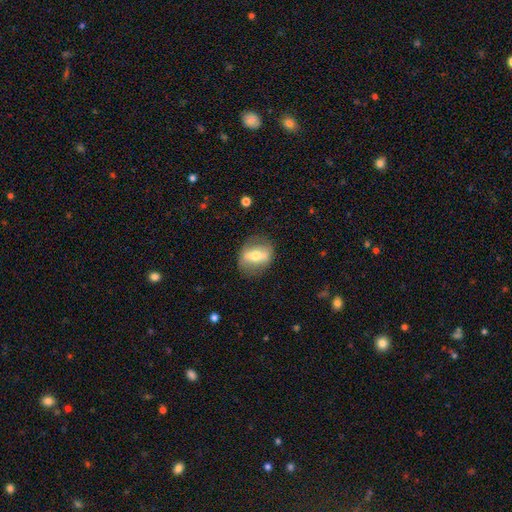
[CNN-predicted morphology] smooth_or_featured: featured or disk (p=0.58) [alt: smooth p=0.35]
disk_edge_on: no (p=0.73) [alt: yes p=0.27]
merging: none (p=0.77) [alt: minor disturbance p=0.15]